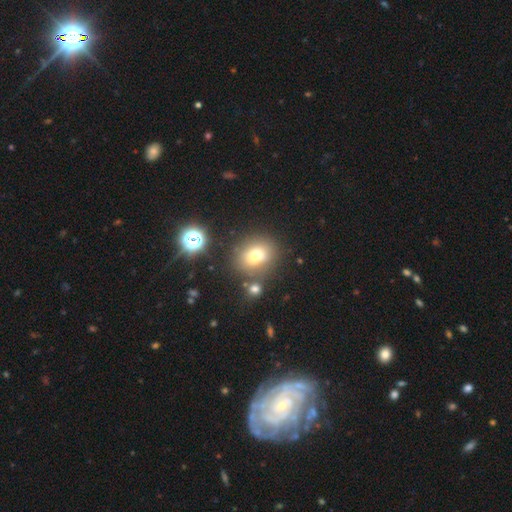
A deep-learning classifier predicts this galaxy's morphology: A smooth galaxy with no disk features (73%) that is round (66%). Merging: none (75%).